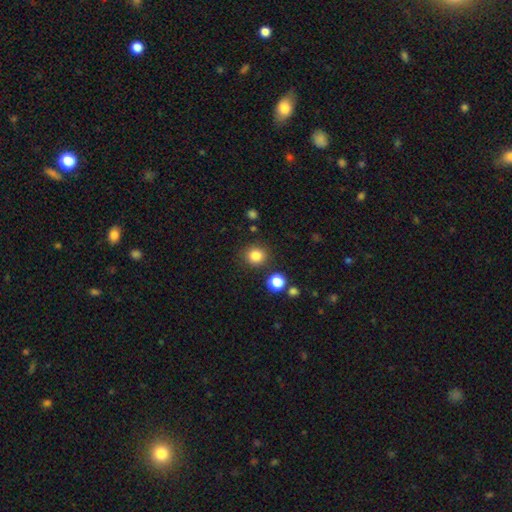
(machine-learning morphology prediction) Q: Smooth or featured?
A: smooth (83%); runner-up: star or artifact (12%)
Q: How rounded?
A: round (89%); runner-up: in between (10%)
Q: Merging?
A: none (87%); runner-up: minor disturbance (7%)